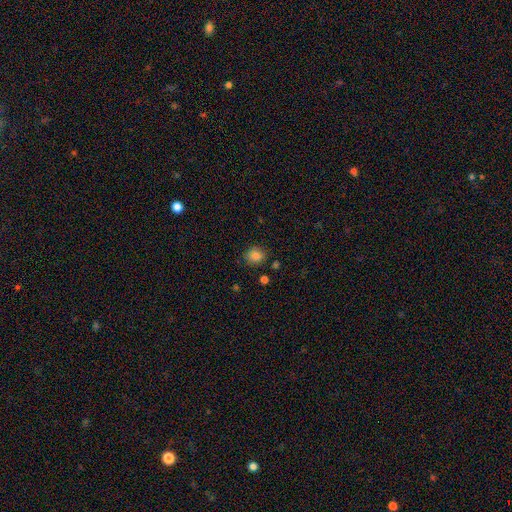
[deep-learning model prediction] smooth-or-featured: smooth: 83% | star or artifact: 11% | featured or disk: 5%
  how-rounded: round: 68% | in between: 32% | cigar-shaped: 1%
  merging: none: 82% | minor disturbance: 13% | major disturbance: 3% | merger: 3%